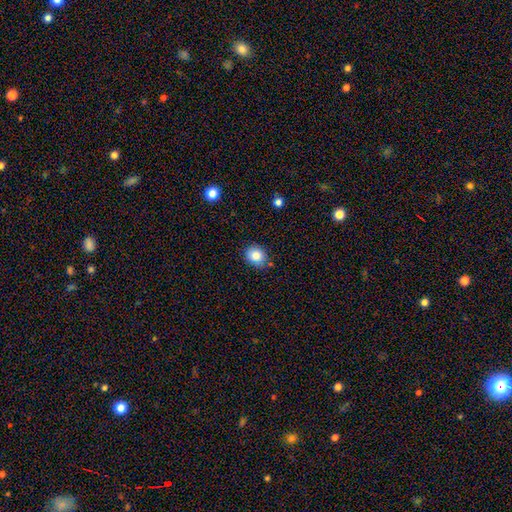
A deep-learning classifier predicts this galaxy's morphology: Overall: smooth (84%). How rounded: round (70%). Merging: none (80%).